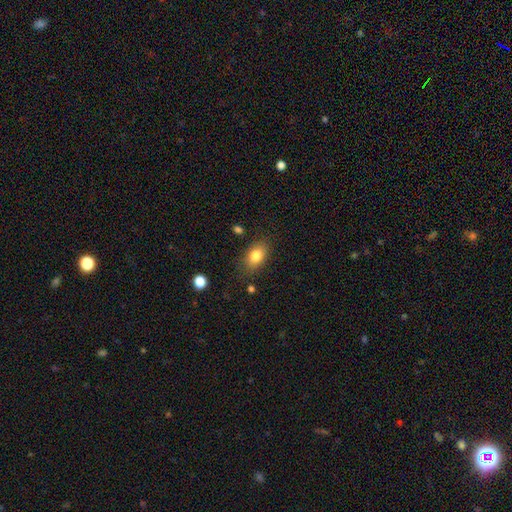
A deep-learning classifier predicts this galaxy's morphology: smooth 82%, featured or disk 10%, star or artifact 8%. Down the decision tree: how rounded — in between (85%); merging — none (81%).